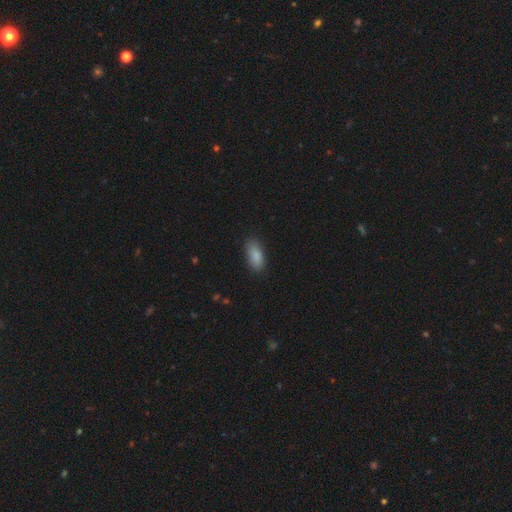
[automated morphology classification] This is clearly a smooth galaxy (88%). How rounded: clearly in between (88%). Merging: clearly none (84%).